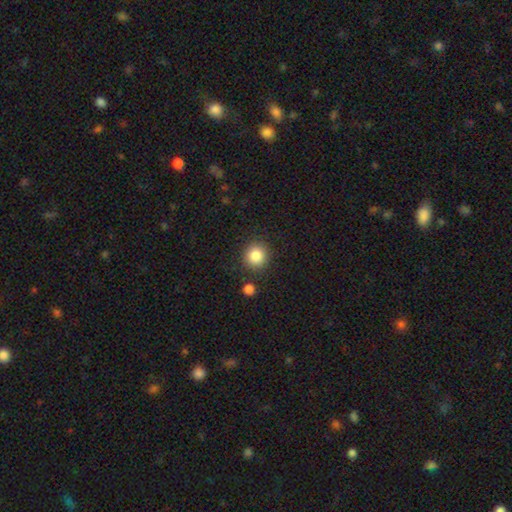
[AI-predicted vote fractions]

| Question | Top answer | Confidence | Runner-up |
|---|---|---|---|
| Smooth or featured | smooth | 86% | star or artifact (10%) |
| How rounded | round | 91% | in between (8%) |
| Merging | none | 86% | minor disturbance (8%) |